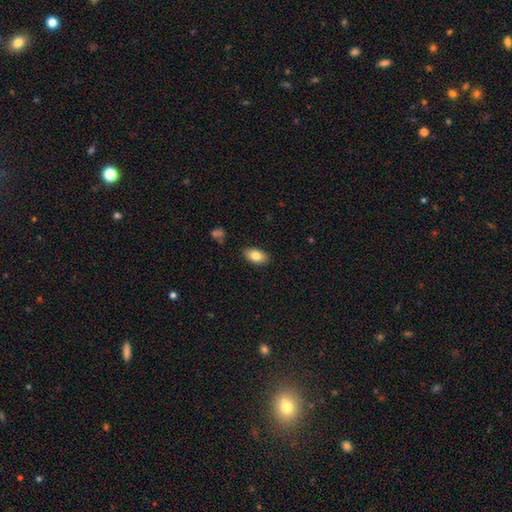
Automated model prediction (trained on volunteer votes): Smooth or featured? smooth (82%)
How rounded? in between (92%)
Merging? none (87%)